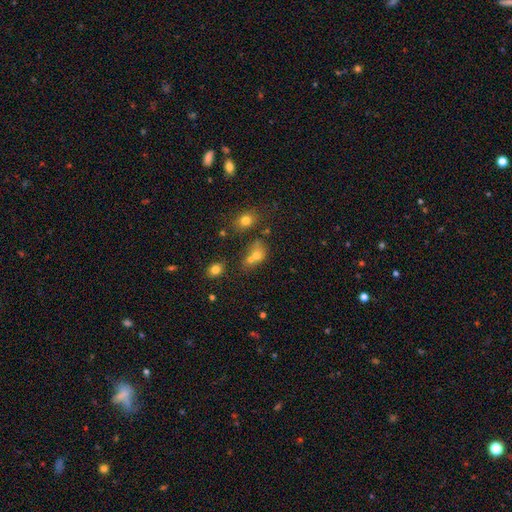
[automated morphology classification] Q: Smooth or featured?
A: smooth (68%); runner-up: featured or disk (16%)
Q: How rounded?
A: round (49%); tied with: in between (49%)
Q: Merging?
A: merger (54%); runner-up: none (30%)